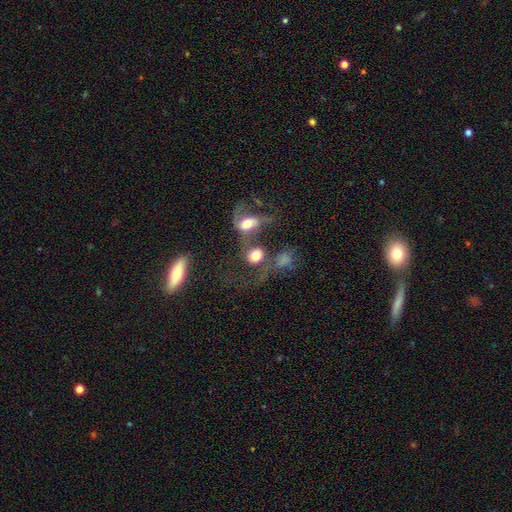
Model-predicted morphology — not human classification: A smooth galaxy with no disk features (59%) that is round (63%).

Vote fractions:
- Smooth or featured? smooth: 59% / featured or disk: 29% / star or artifact: 12%
- How rounded? round: 63% / in between: 35% / cigar-shaped: 2%
- Merging? merger: 64% / major disturbance: 15% / none: 14% / minor disturbance: 6%